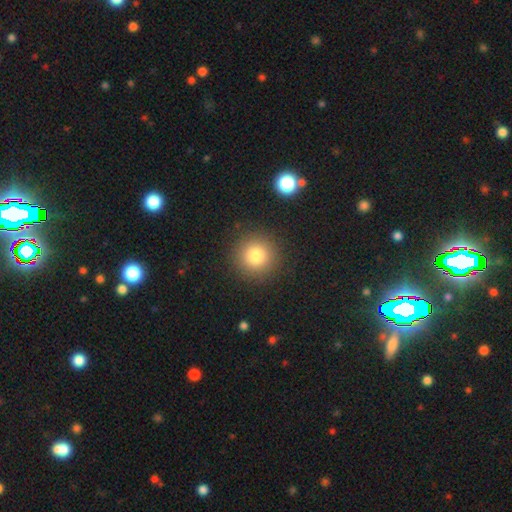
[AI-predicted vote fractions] Overall: smooth (79%). How rounded: round (95%). Merging: none (90%).